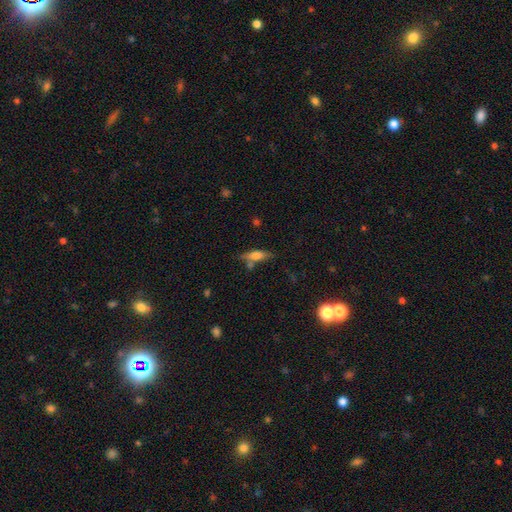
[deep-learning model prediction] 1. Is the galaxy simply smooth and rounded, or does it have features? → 58% smooth, 33% featured or disk, 8% star or artifact.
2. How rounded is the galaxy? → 56% cigar-shaped, 41% in between, 3% round.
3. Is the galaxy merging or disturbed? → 64% none, 17% minor disturbance, 14% merger, 5% major disturbance.